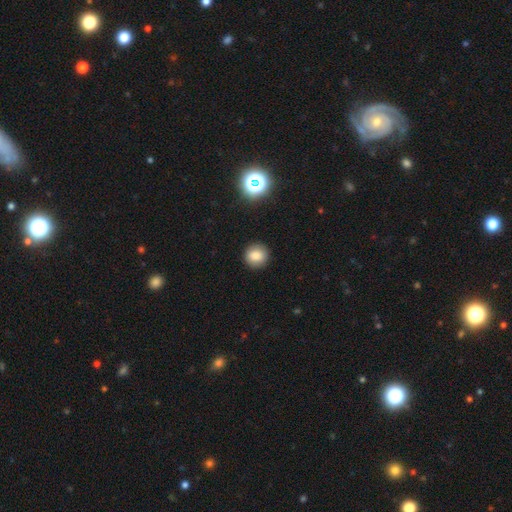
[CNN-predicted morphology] The model was most divided on "smooth or featured": smooth: 82%, star or artifact: 11%, featured or disk: 6%. More confident: how rounded — round (91%); merging — none (90%).